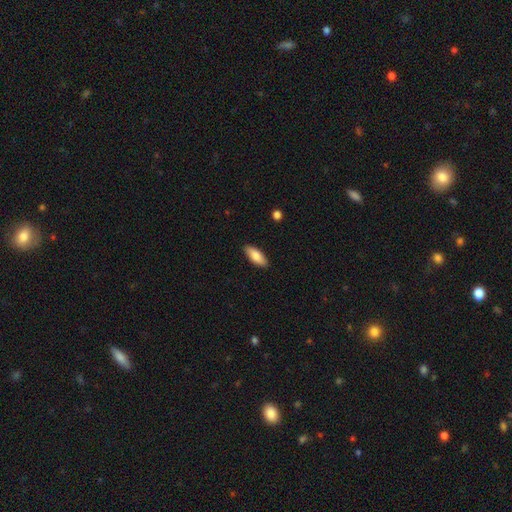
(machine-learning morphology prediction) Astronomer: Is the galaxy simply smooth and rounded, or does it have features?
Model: smooth — 82%.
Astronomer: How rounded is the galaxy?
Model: in between — 77%.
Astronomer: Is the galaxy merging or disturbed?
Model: none — 89%.